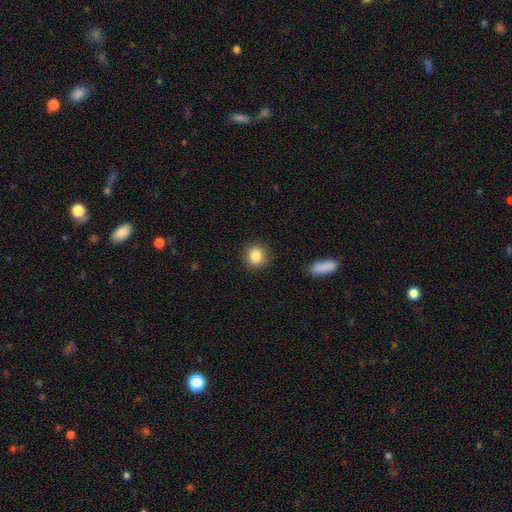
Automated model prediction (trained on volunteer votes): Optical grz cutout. It shows a smooth galaxy with no disk features (86%) that is round (73%). Merging: none (89%).